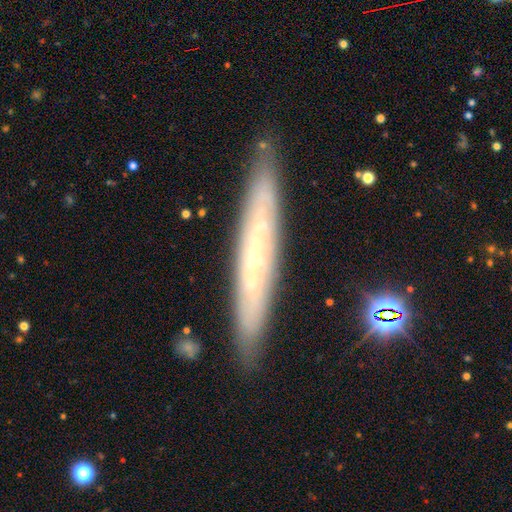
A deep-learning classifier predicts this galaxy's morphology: smooth_or_featured: featured or disk (p=0.65) [alt: smooth p=0.27]
disk_edge_on: yes (p=0.74) [alt: no p=0.26]
merging: none (p=0.87) [alt: minor disturbance p=0.10]